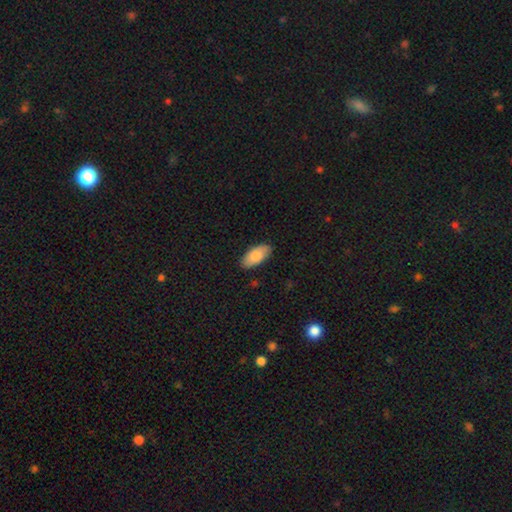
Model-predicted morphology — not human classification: Overall: smooth (83%). How rounded: in between (93%). Merging: none (86%).